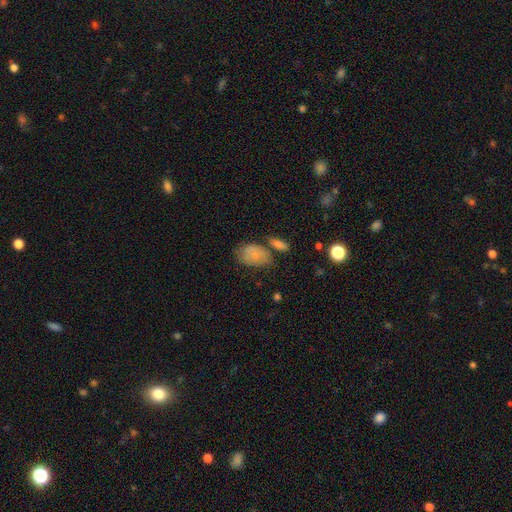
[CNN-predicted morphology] A smooth galaxy with no disk features (74%) that is in between round and cigar-shaped (85%). Merging: none (49%).